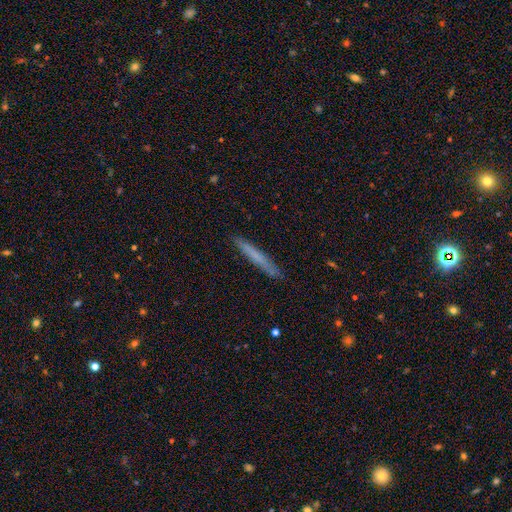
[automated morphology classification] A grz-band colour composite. It shows a smooth galaxy with no disk features (63%) that is cigar-shaped (96%). Merging: none (89%).